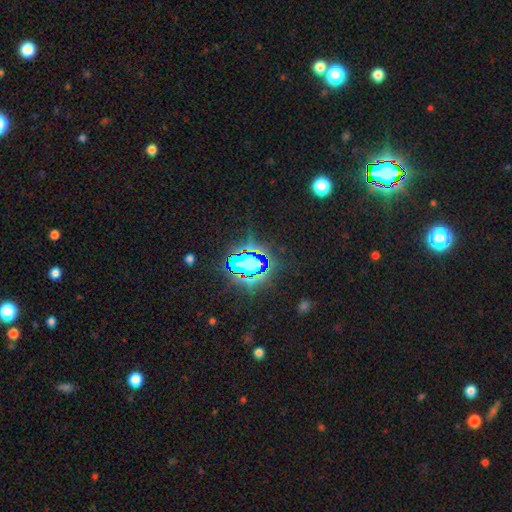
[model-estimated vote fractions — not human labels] smooth-or-featured: star or artifact: 75% | smooth: 15% | featured or disk: 10%